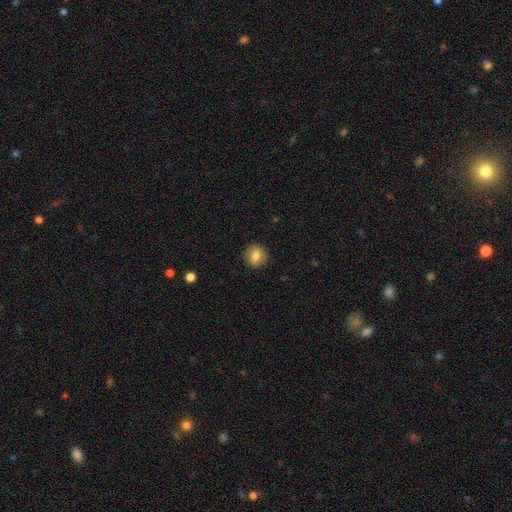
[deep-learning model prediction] This appears to be a smooth galaxy with no disk features (76%) that is round (82%). Merging: none (89%).